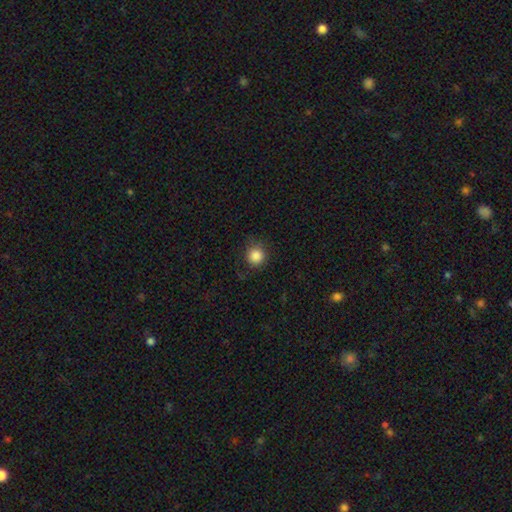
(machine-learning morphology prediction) Smooth or featured: smooth — 85% (star or artifact — 10%)
How rounded: round — 92% (in between — 7%)
Merging: none — 79% (minor disturbance — 15%)